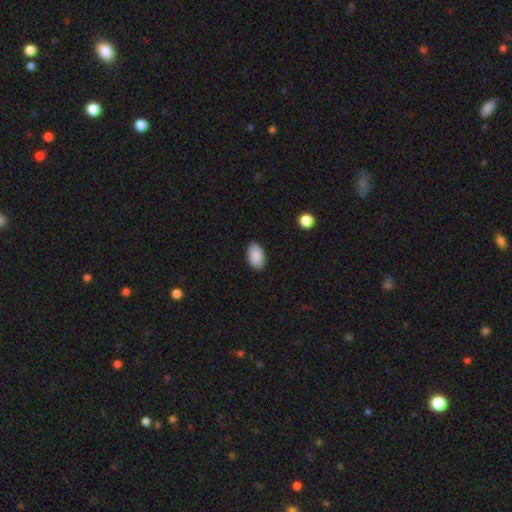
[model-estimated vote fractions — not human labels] Smooth or featured? Predicted: smooth (p=0.90). How rounded? Predicted: in between (p=0.93). Merging? Predicted: none (p=0.89).